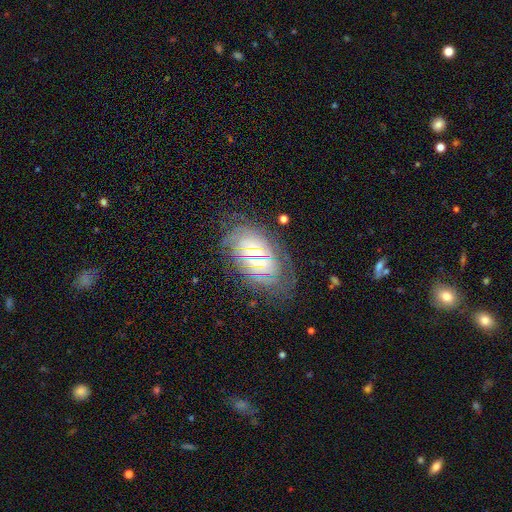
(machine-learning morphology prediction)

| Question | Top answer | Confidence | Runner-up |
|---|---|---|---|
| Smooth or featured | featured or disk | 70% | smooth (20%) |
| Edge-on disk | no | 93% | yes (7%) |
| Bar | no | 63% | weak (29%) |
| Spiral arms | yes | 82% | no (18%) |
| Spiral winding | tight | 73% | medium (20%) |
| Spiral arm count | can't tell | 60% | 2 (10%) |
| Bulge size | small | 57% | moderate (34%) |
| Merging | none | 71% | minor disturbance (19%) |